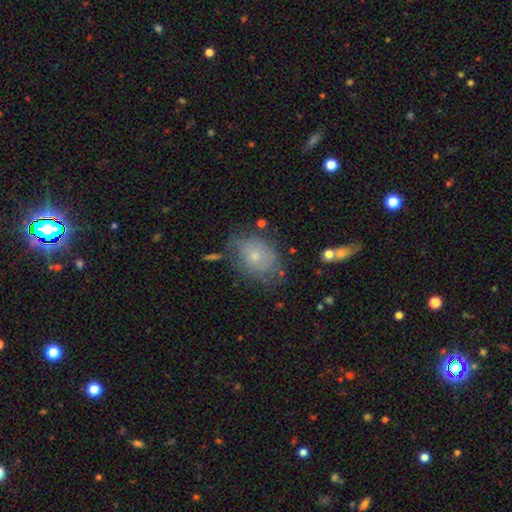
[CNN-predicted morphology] A smooth galaxy with no disk features (63%) that is in between round and cigar-shaped (65%). Merging: none (62%).